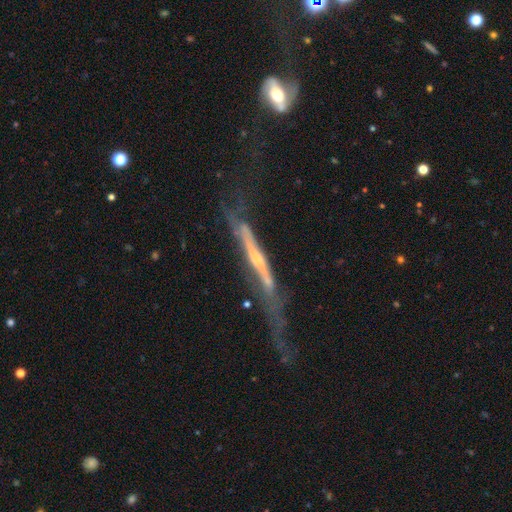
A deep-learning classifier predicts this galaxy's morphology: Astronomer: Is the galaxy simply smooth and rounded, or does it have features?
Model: featured or disk — 76%.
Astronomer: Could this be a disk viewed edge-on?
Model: yes — 88%.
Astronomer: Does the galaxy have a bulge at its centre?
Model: rounded — 57%.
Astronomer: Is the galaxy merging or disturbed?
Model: none — 36% (runner-up: major disturbance, 33%).